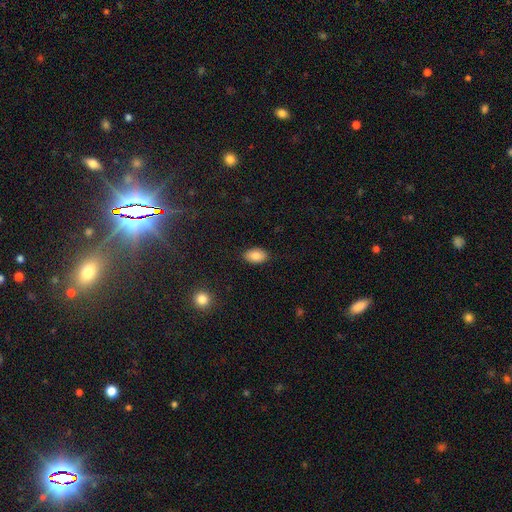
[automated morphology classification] The model was most divided on "smooth or featured": smooth: 85%, featured or disk: 8%, star or artifact: 8%. More confident: how rounded — in between (90%); merging — none (87%).